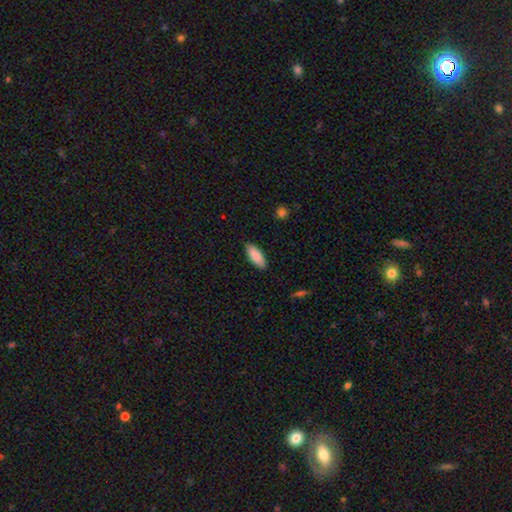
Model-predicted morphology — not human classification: smooth-or-featured: smooth: 89% | star or artifact: 6% | featured or disk: 6%
  how-rounded: in between: 79% | cigar-shaped: 20% | round: 2%
  merging: none: 88% | minor disturbance: 9% | major disturbance: 2% | merger: 1%